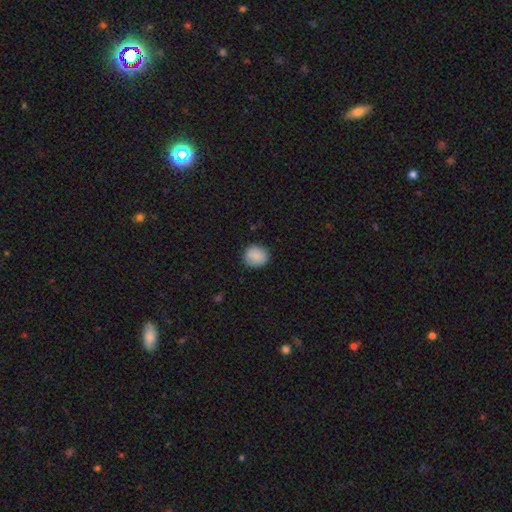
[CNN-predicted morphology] This appears to be a smooth galaxy with no disk features (88%) that is round (83%). Merging: none (87%).